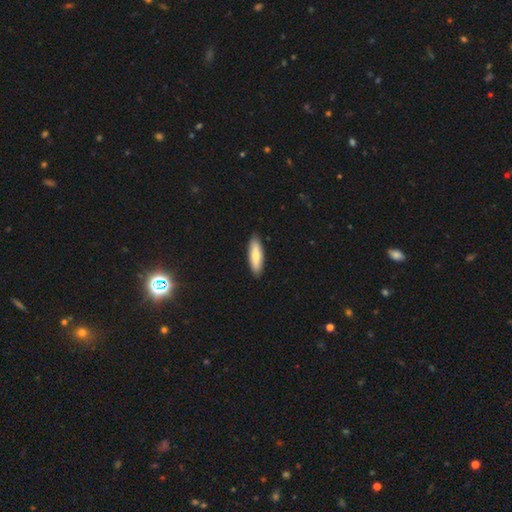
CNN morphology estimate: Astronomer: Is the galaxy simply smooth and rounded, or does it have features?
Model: smooth — 75%.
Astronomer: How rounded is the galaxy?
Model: cigar-shaped — 55% (runner-up: in between, 43%).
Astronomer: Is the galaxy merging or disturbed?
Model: none — 89%.